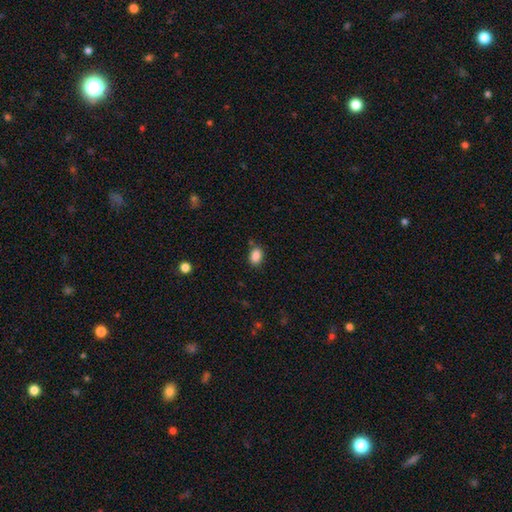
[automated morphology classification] This is clearly a smooth galaxy (87%). How rounded: likely in between (76%). Merging: likely none (80%).